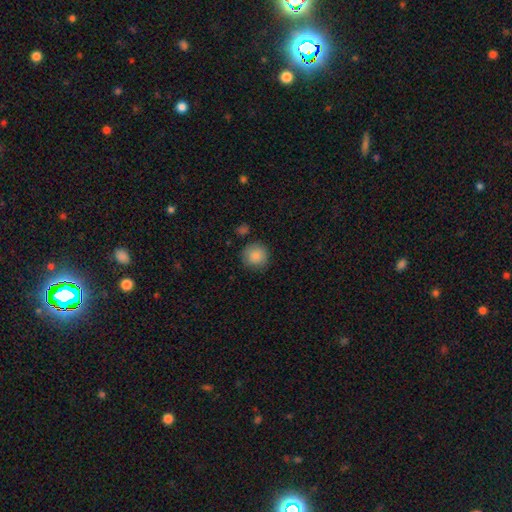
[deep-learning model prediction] smooth-or-featured: smooth: 87% | star or artifact: 8% | featured or disk: 5%
  how-rounded: round: 92% | in between: 7% | cigar-shaped: 1%
  merging: none: 83% | minor disturbance: 11% | major disturbance: 3% | merger: 3%